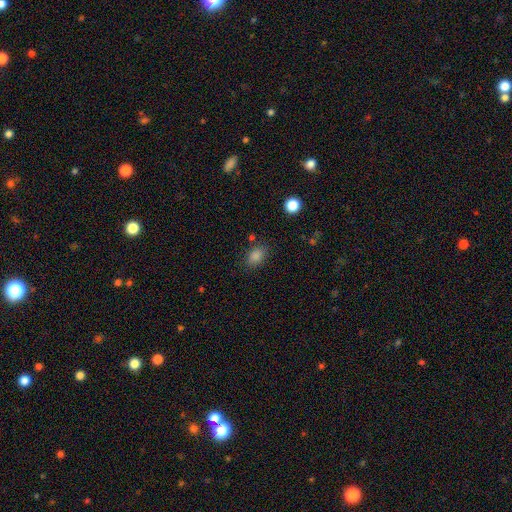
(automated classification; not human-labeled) The model was most divided on "how rounded": in between: 79%, round: 20%, cigar-shaped: 2%. More confident: smooth or featured — smooth (84%); merging — none (80%).